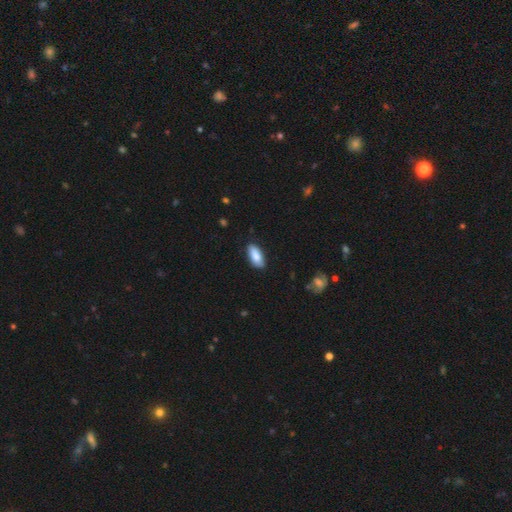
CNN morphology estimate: Q: Smooth or featured?
A: smooth (84%); runner-up: featured or disk (10%)
Q: How rounded?
A: in between (88%); runner-up: cigar-shaped (10%)
Q: Merging?
A: none (83%); runner-up: minor disturbance (14%)